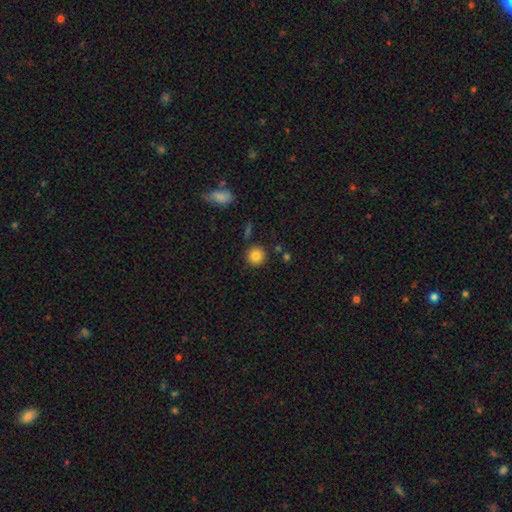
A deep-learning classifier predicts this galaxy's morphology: smooth 84%, star or artifact 10%, featured or disk 6%. Down the decision tree: how rounded — round (93%); merging — none (87%).